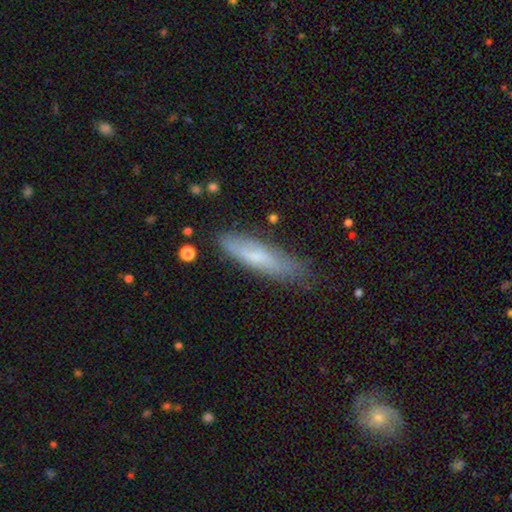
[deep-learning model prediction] The model was most divided on "smooth or featured": smooth: 62%, featured or disk: 31%, star or artifact: 7%. More confident: how rounded — cigar-shaped (74%); merging — none (73%).